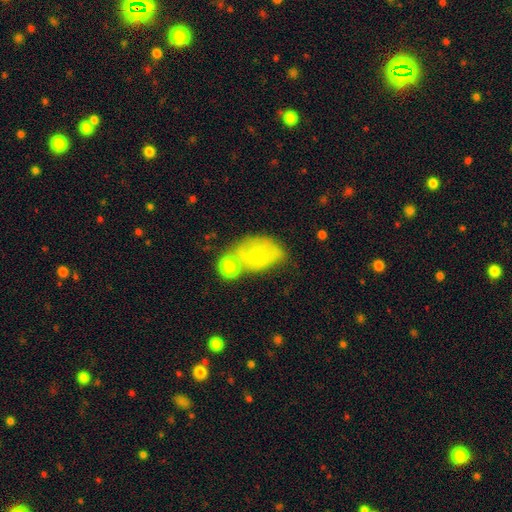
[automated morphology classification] Smooth or featured?
  - smooth: 52% *
  - featured or disk: 39%
  - star or artifact: 8%
How rounded?
  - in between: 74% *
  - round: 24%
  - cigar-shaped: 2%
Merging?
  - none: 35% *
  - merger: 26%
  - minor disturbance: 25%
  - major disturbance: 14%